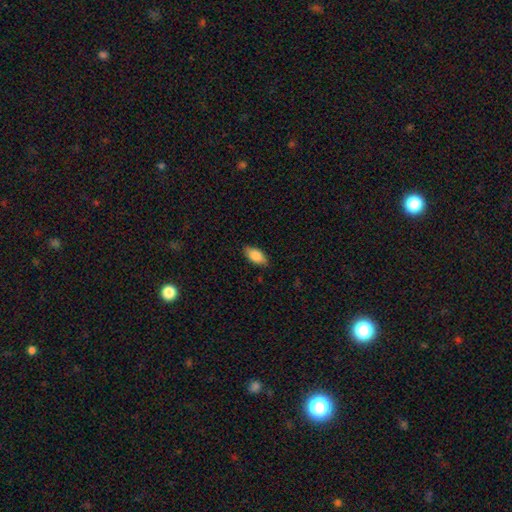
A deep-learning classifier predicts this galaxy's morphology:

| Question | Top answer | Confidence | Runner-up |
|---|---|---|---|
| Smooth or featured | smooth | 84% | featured or disk (9%) |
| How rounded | in between | 90% | cigar-shaped (7%) |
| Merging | none | 85% | minor disturbance (11%) |